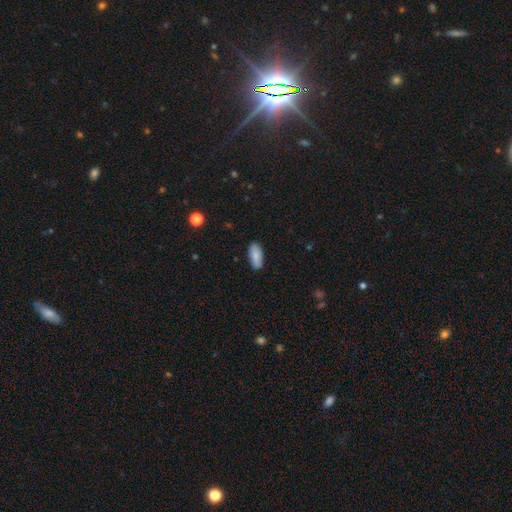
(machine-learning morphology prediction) Q: Smooth or featured?
A: smooth (85%); runner-up: featured or disk (9%)
Q: How rounded?
A: in between (86%); runner-up: cigar-shaped (12%)
Q: Merging?
A: none (86%); runner-up: minor disturbance (10%)